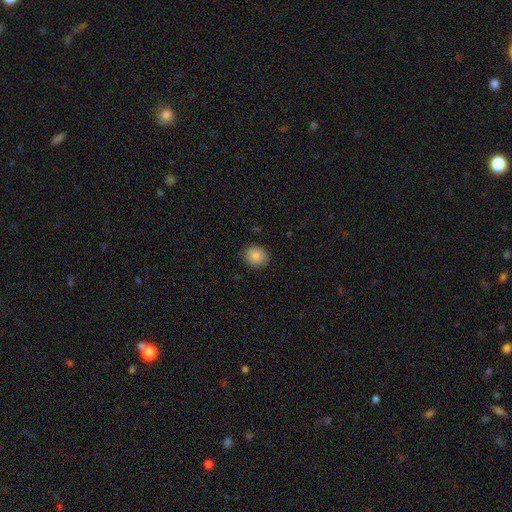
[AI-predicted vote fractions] Smooth or featured? Predicted: smooth (p=0.85). How rounded? Predicted: round (p=0.70). Merging? Predicted: none (p=0.87).